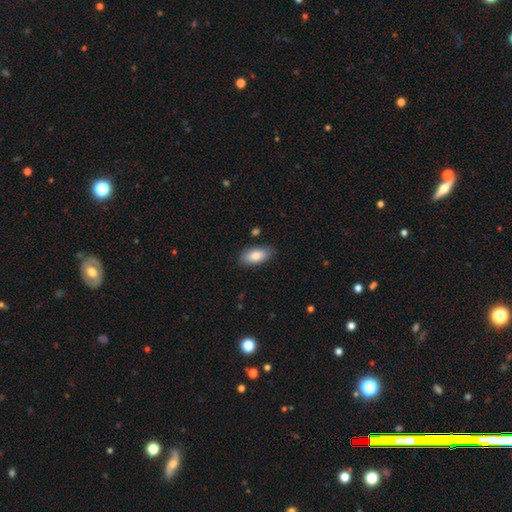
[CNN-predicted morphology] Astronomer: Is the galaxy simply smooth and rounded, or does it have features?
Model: smooth — 85%.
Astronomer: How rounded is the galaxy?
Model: in between — 92%.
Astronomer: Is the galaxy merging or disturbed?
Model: none — 83%.